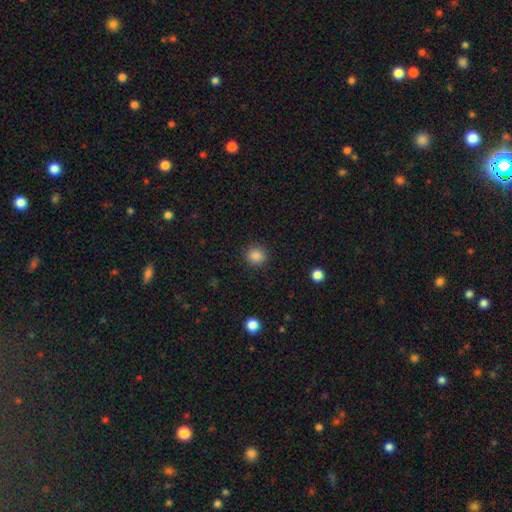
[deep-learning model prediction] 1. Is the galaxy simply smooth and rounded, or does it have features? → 86% smooth, 11% star or artifact, 3% featured or disk.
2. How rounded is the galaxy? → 90% round, 9% in between, 1% cigar-shaped.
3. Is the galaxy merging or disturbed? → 91% none, 6% minor disturbance, 2% major disturbance, 1% merger.